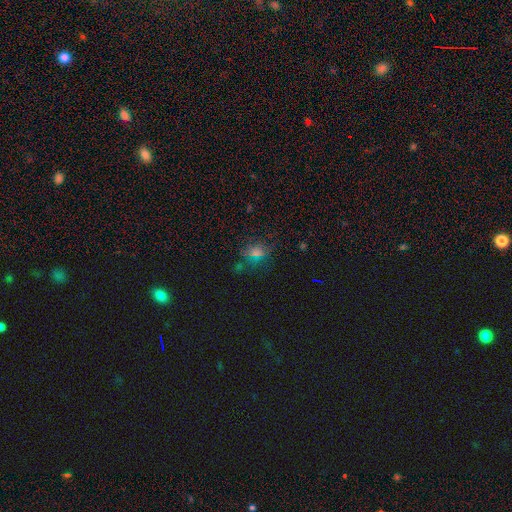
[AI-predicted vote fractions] smooth-or-featured: smooth: 48% | star or artifact: 37% | featured or disk: 14%
  merging: none: 68% | minor disturbance: 18% | major disturbance: 9% | merger: 5%